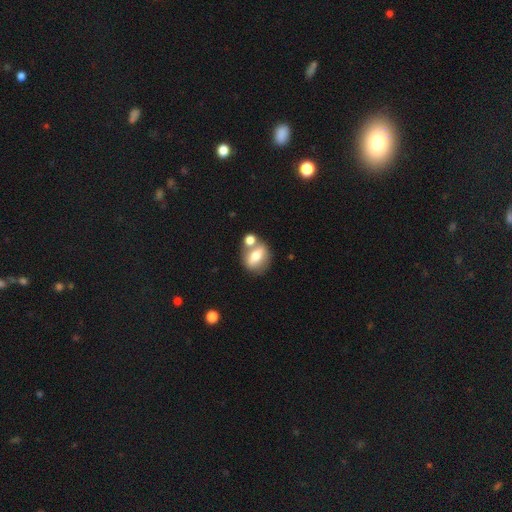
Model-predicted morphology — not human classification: smooth_or_featured: smooth (p=0.58) [alt: featured or disk p=0.34]
how_rounded: in between (p=0.57) [alt: round p=0.39]
merging: none (p=0.52) [alt: merger p=0.31]